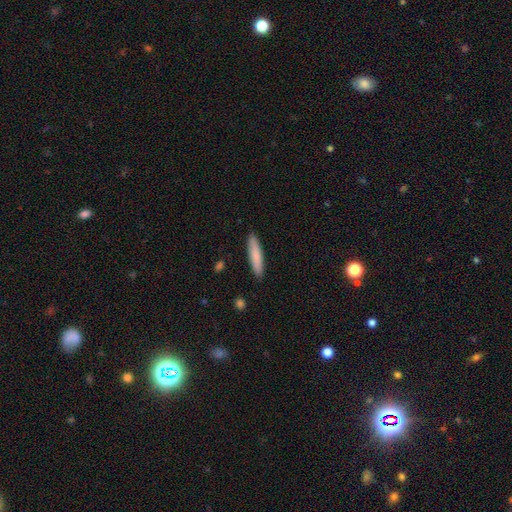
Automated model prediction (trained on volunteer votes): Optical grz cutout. It shows a smooth galaxy with no disk features (81%) that is cigar-shaped (86%). Merging: none (90%).